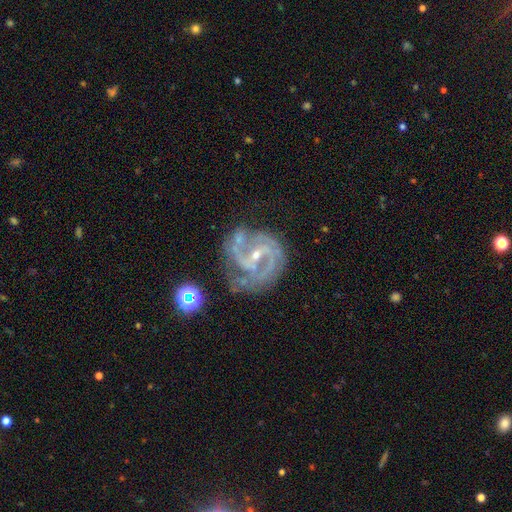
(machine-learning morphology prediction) This appears to be a featured or disk galaxy (90%) with a weak bar (43%), 2 (63%) medium (52%) spiral arms (98%) and a small central bulge (71%). Merging: none (58%).